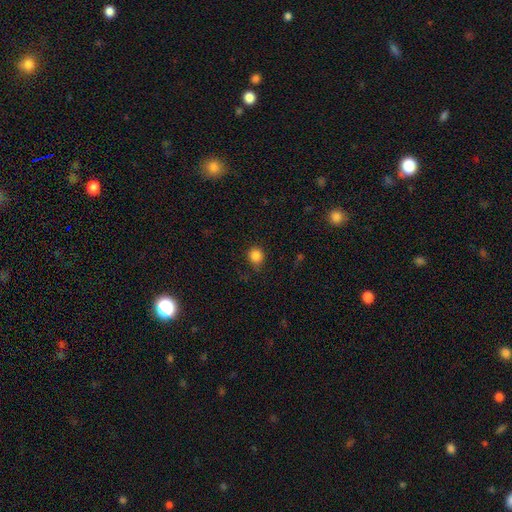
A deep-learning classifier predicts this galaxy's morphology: type=smooth (85%); roundness=round (86%); merging=none (79%).